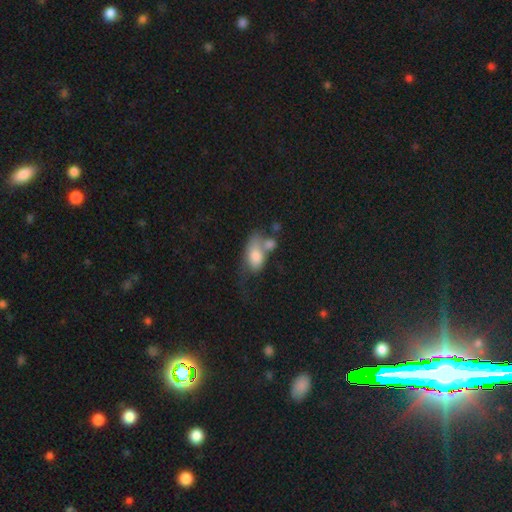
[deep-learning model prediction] A smooth galaxy with no disk features (72%) that is in between round and cigar-shaped (87%).

Vote fractions:
- Smooth or featured? smooth: 72% / featured or disk: 20% / star or artifact: 8%
- How rounded? in between: 87% / round: 10% / cigar-shaped: 3%
- Merging? merger: 40% / major disturbance: 22% / none: 21% / minor disturbance: 17%